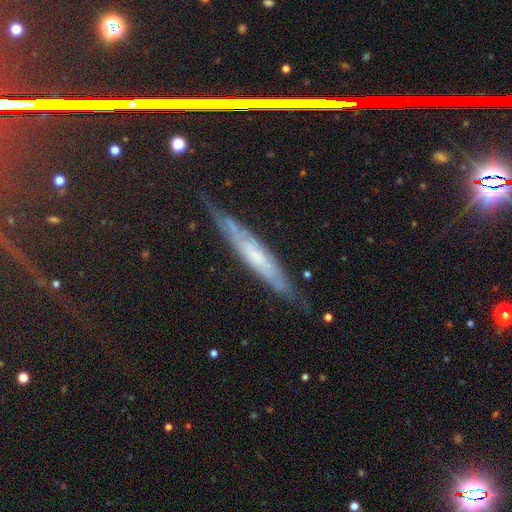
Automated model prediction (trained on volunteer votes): This is likely a featured or disk galaxy (63%). It is likely viewed edge-on (76%). Merging: likely none (73%).